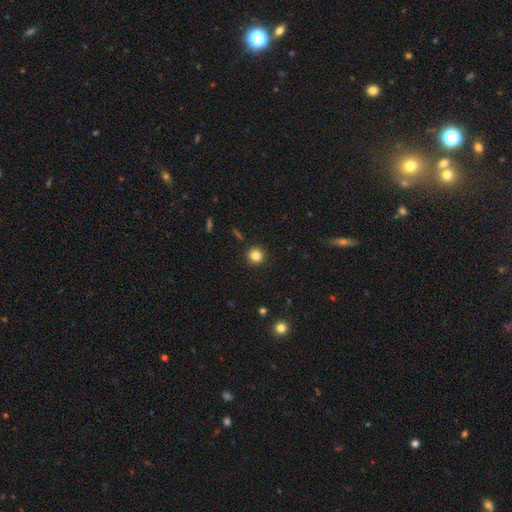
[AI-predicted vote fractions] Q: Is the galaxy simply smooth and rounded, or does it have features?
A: smooth — 83%.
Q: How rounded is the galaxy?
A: round — 95%.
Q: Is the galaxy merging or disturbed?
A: none — 92%.